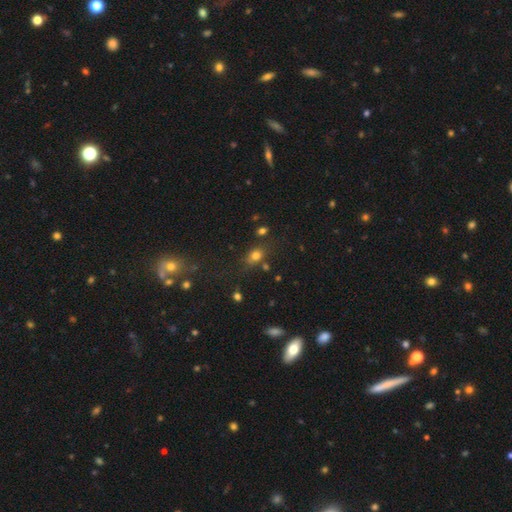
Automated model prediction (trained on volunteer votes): Smooth or featured: smooth — 75% (star or artifact — 16%)
How rounded: in between — 60% (round — 37%)
Merging: none — 68% (minor disturbance — 17%)